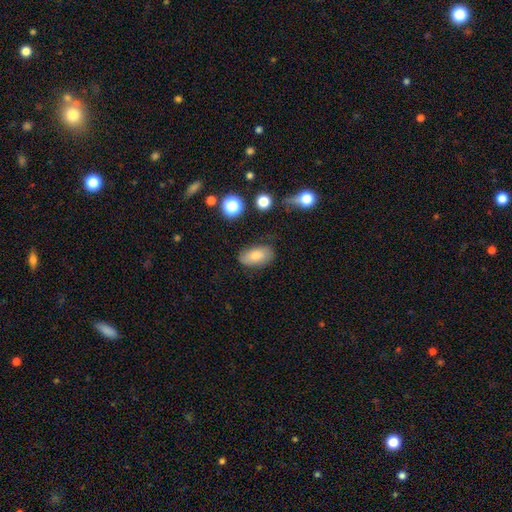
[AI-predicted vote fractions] This is likely a smooth galaxy (80%). How rounded: clearly in between (92%). Merging: likely none (78%).